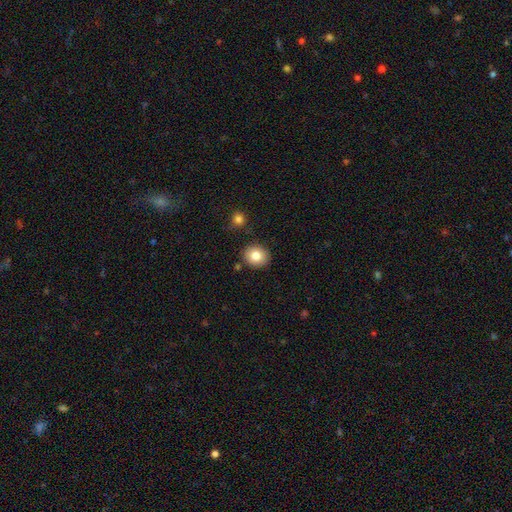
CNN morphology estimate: This appears to be a smooth galaxy with no disk features (82%) that is round (74%). Merging: none (86%).